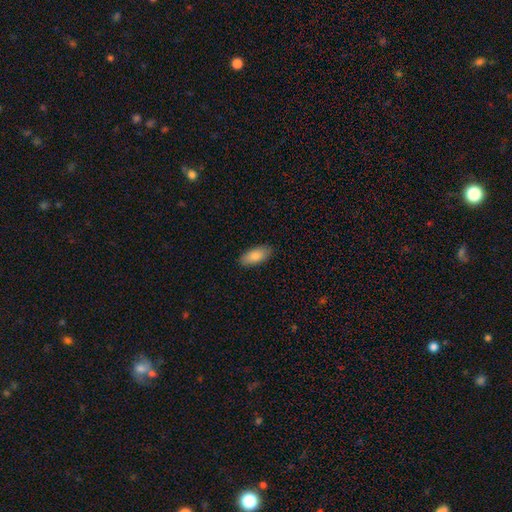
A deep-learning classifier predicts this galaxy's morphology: type=smooth (85%); roundness=in between (87%); merging=none (88%).